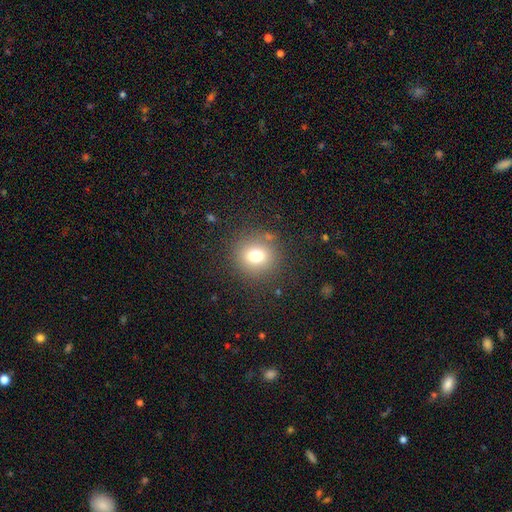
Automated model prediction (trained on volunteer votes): Smooth or featured? smooth (74%)
How rounded? round (88%)
Merging? none (85%)